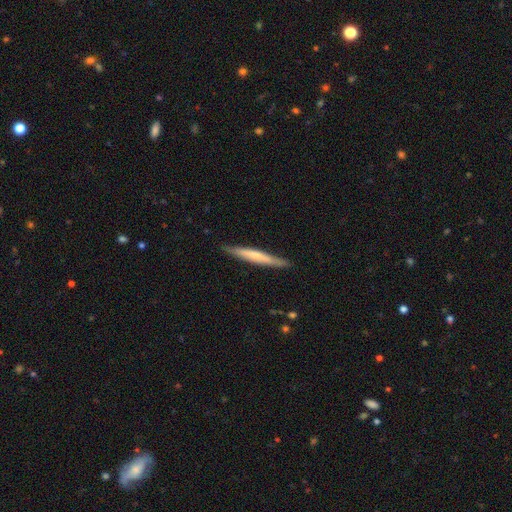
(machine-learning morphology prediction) smooth 49%, featured or disk 45%, star or artifact 5%. Down the decision tree: merging — none (88%).